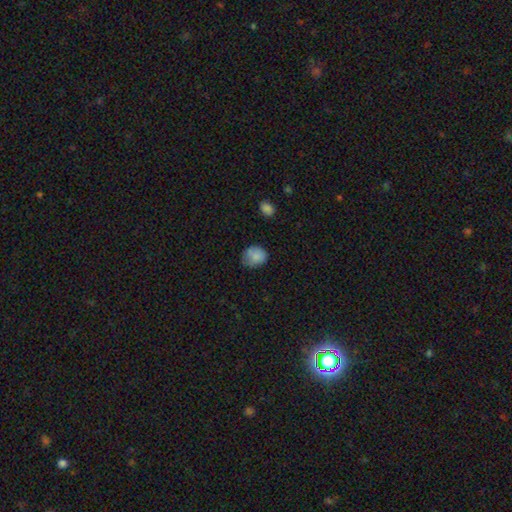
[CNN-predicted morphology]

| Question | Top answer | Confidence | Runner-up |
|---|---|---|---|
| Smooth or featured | smooth | 83% | star or artifact (9%) |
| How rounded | round | 56% | in between (43%) |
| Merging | none | 60% | minor disturbance (31%) |